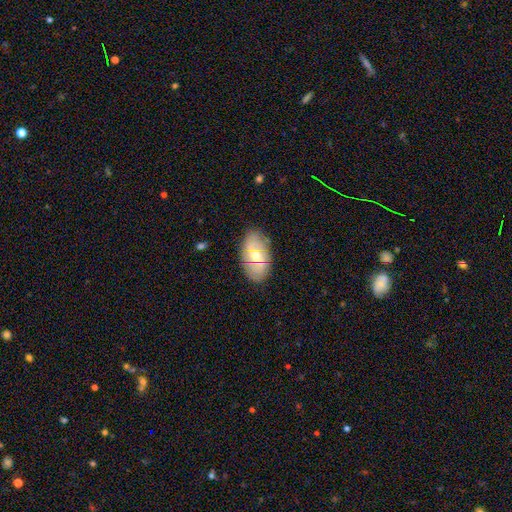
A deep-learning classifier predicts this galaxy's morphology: Smooth or featured? Predicted: smooth (p=0.57). How rounded? Predicted: in between (p=0.91). Merging? Predicted: none (p=0.82).